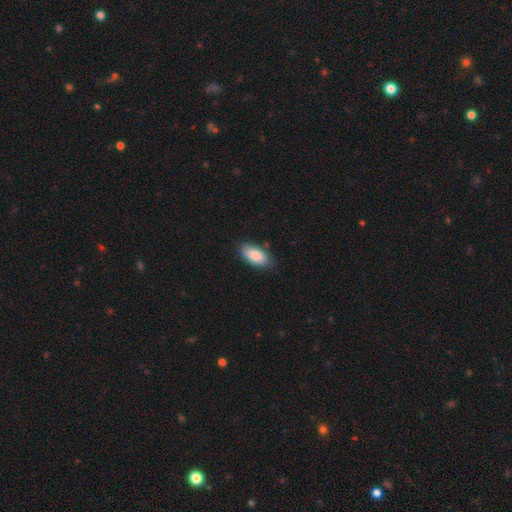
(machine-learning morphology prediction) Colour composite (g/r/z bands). It shows a smooth galaxy with no disk features (86%) that is in between round and cigar-shaped (92%). Merging: none (81%).